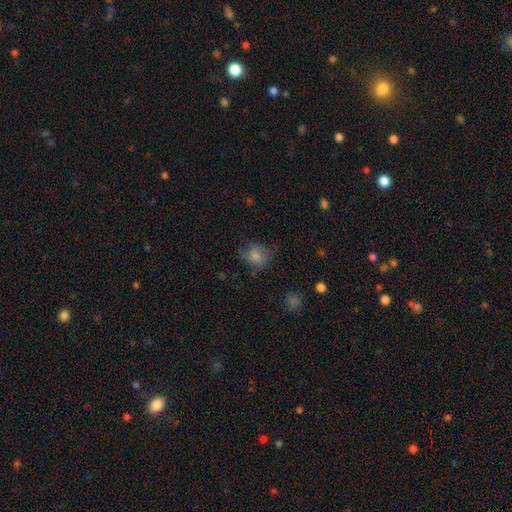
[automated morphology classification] smooth-or-featured: smooth: 80% | star or artifact: 11% | featured or disk: 10%
  how-rounded: round: 68% | in between: 31% | cigar-shaped: 1%
  merging: none: 60% | minor disturbance: 26% | major disturbance: 12% | merger: 2%